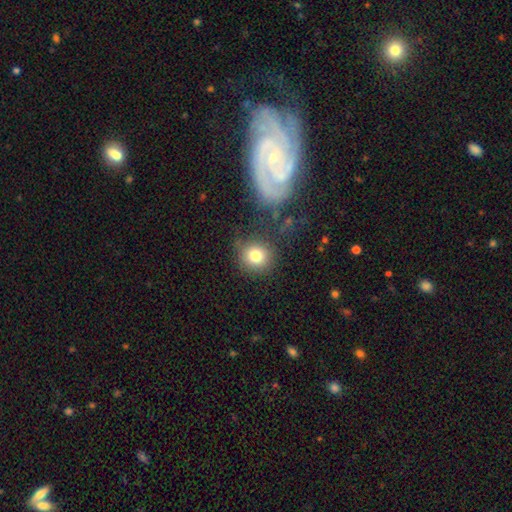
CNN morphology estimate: Smooth or featured?
  - smooth: 80% *
  - star or artifact: 12%
  - featured or disk: 8%
How rounded?
  - round: 91% *
  - in between: 8%
  - cigar-shaped: 1%
Merging?
  - none: 79% *
  - minor disturbance: 11%
  - merger: 5%
  - major disturbance: 5%